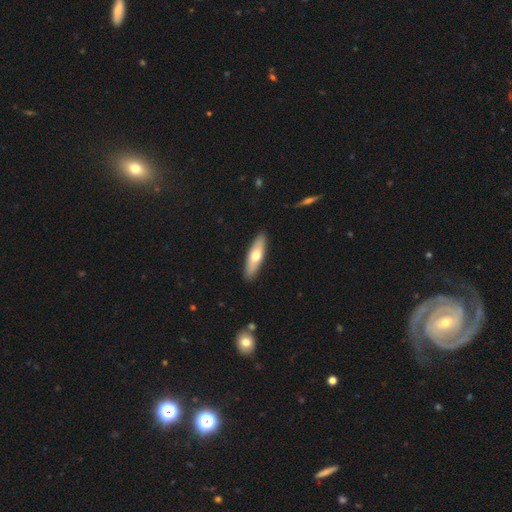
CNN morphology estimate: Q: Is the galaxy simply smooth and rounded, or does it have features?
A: smooth — 57%.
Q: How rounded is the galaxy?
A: cigar-shaped — 59%.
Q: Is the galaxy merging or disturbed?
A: none — 90%.